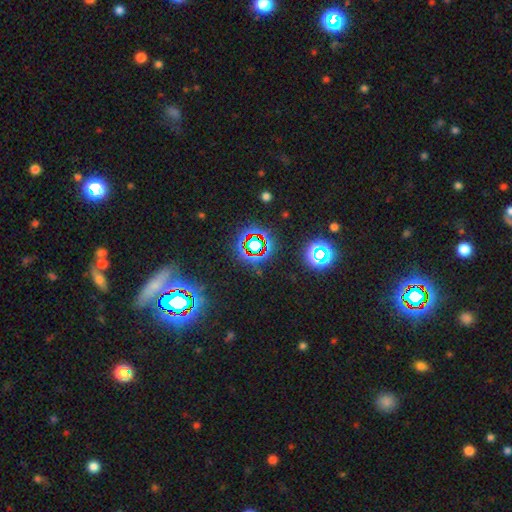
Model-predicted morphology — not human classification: star or artifact 77%, smooth 13%, featured or disk 10%.